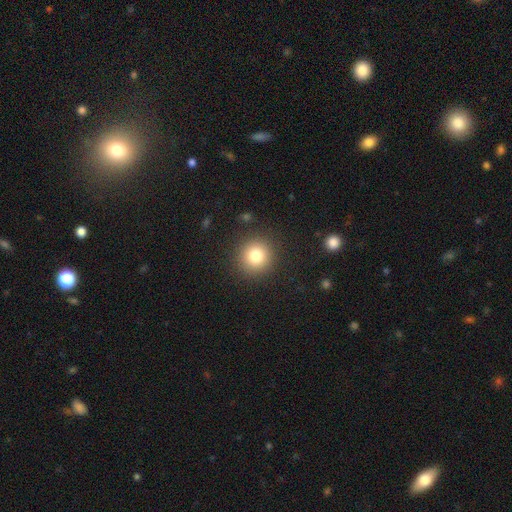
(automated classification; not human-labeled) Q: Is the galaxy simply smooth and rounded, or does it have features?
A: smooth — 80%.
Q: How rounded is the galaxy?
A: round — 93%.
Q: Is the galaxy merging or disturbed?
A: none — 89%.